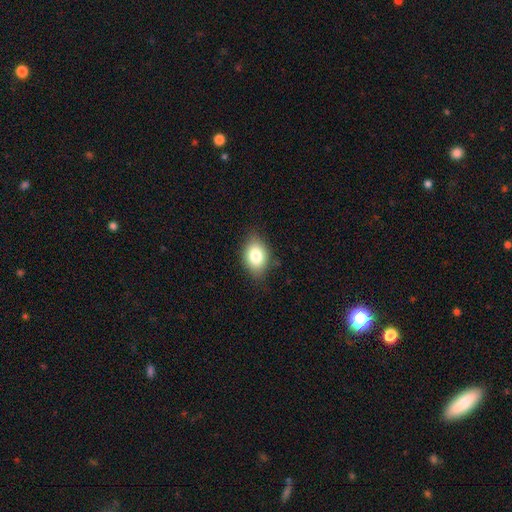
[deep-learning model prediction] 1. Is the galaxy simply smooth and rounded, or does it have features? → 80% smooth, 11% featured or disk, 8% star or artifact.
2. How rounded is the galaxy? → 79% in between, 19% round, 2% cigar-shaped.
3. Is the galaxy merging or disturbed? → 79% none, 17% minor disturbance, 3% major disturbance, 1% merger.